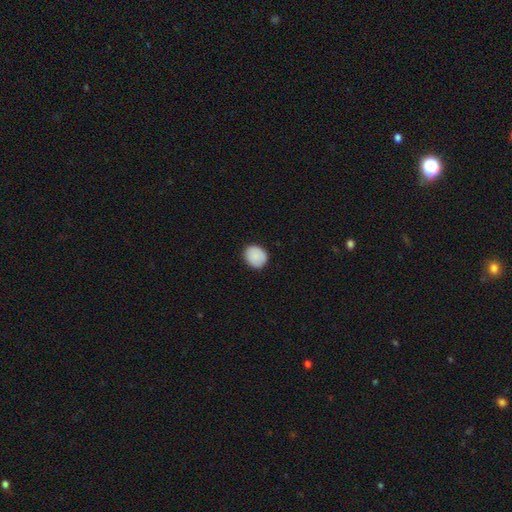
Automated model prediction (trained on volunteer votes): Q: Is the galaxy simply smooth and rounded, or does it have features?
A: smooth — 88%.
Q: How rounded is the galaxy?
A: round — 70%.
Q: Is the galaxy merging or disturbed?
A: none — 87%.